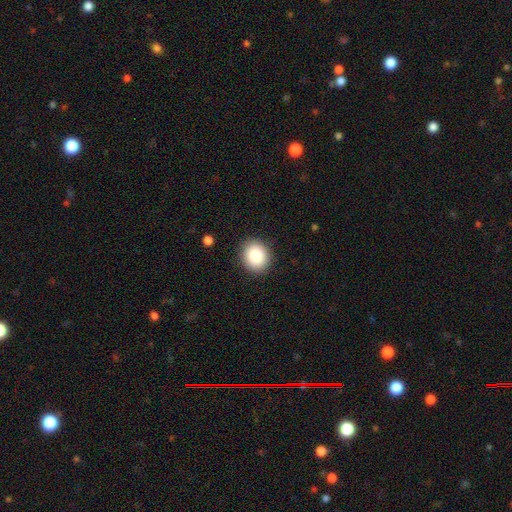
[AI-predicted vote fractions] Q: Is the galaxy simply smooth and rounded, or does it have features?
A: smooth — 86%.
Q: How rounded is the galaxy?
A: round — 74%.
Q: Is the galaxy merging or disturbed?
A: none — 90%.